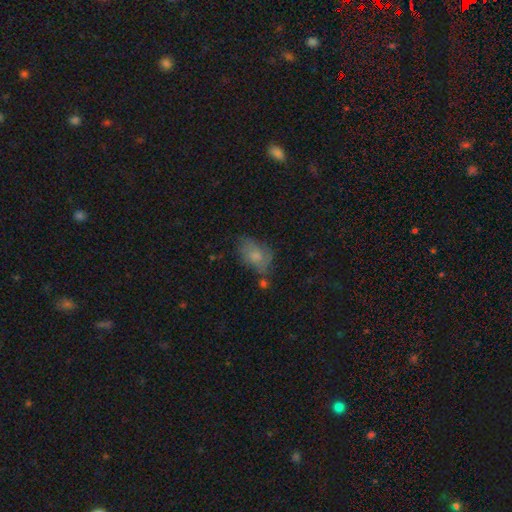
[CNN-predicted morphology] Smooth or featured? smooth (53%)
How rounded? in between (83%)
Merging? none (48%)